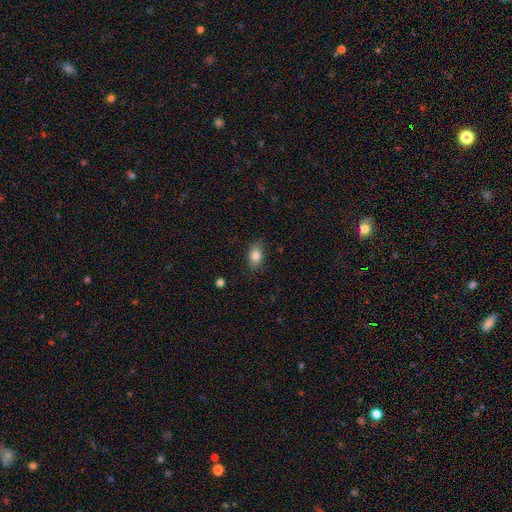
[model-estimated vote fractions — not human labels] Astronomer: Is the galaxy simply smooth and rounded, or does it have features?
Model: smooth — 81%.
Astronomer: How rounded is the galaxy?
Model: in between — 84%.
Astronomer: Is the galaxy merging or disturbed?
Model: none — 83%.